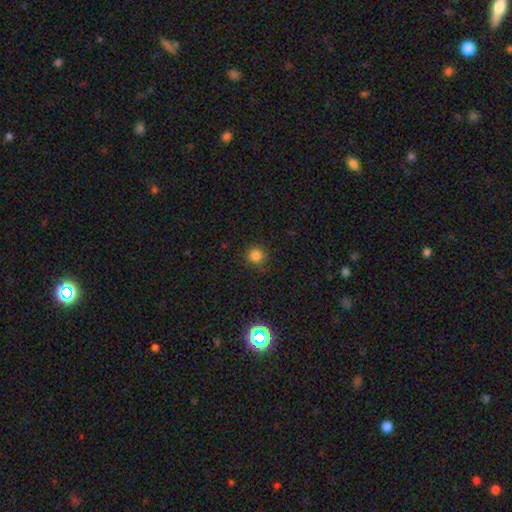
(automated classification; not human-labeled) A smooth galaxy with no disk features (81%) that is round (92%). Merging: none (86%).